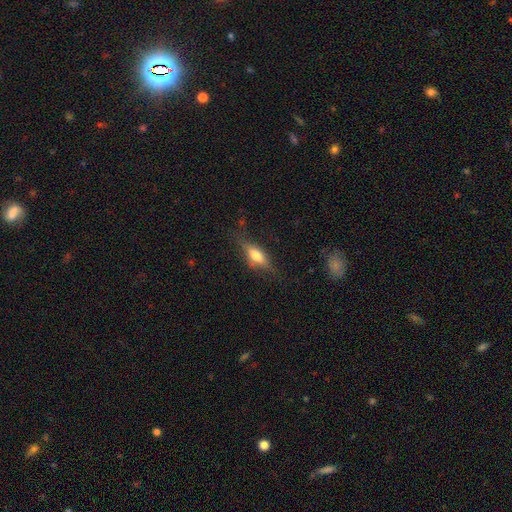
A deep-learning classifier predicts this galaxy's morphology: The model was most divided on "smooth or featured": smooth: 50%, featured or disk: 41%, star or artifact: 9%. More confident: merging — none (72%); how rounded — in between (55%).